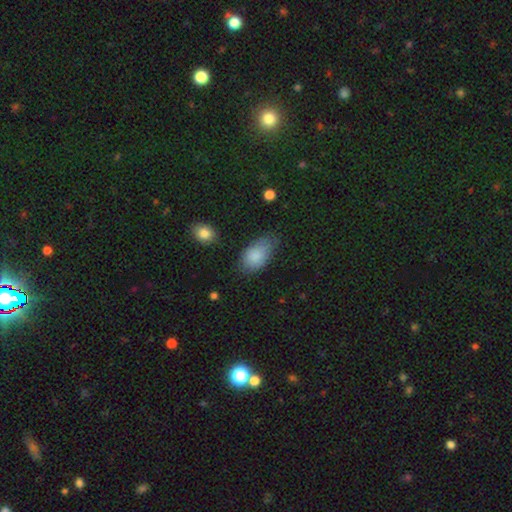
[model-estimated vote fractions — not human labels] Smooth or featured? smooth (84%)
How rounded? in between (92%)
Merging? none (58%)